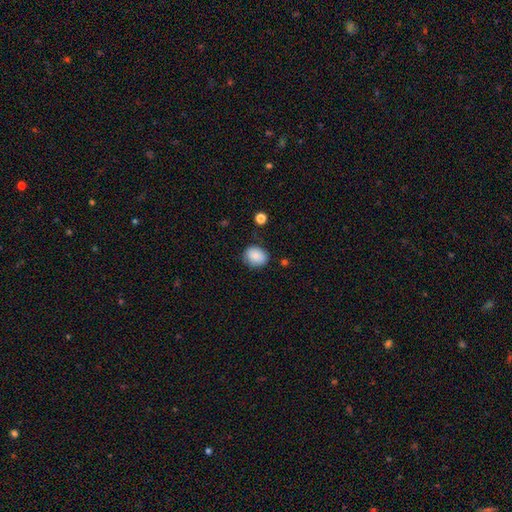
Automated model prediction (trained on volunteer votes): Smooth or featured? Predicted: smooth (p=0.84). How rounded? Predicted: round (p=0.54). Merging? Predicted: none (p=0.77).